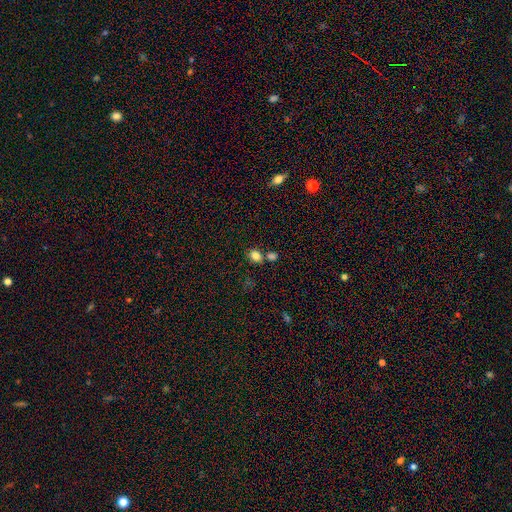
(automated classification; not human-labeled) Morphology: type=smooth (83%); roundness=in between (54%); merging=none (62%).